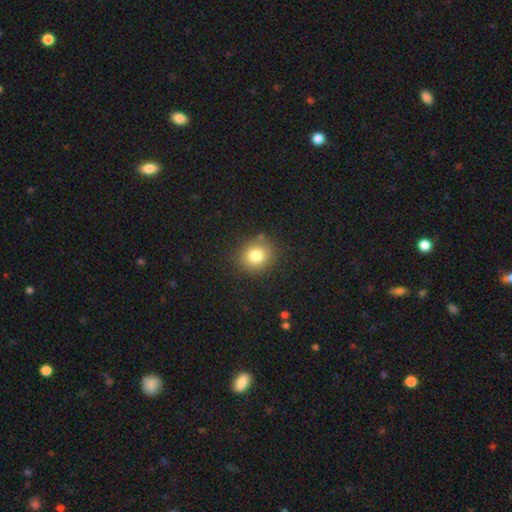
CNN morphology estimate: Smooth or featured?
  - smooth: 80% *
  - star or artifact: 12%
  - featured or disk: 8%
How rounded?
  - round: 82% *
  - in between: 17%
  - cigar-shaped: 1%
Merging?
  - none: 86% *
  - minor disturbance: 9%
  - major disturbance: 3%
  - merger: 2%